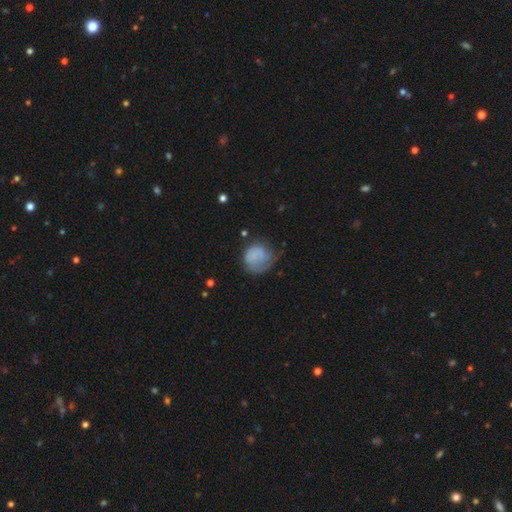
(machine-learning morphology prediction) This is likely a smooth galaxy (67%). How rounded: likely round (76%). Merging: marginally none (37%).